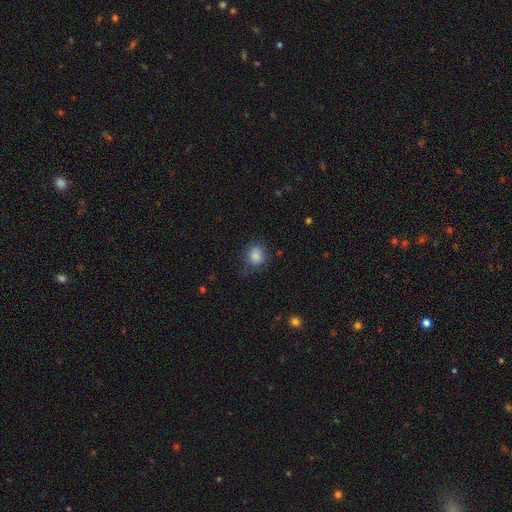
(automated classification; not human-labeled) This appears to be a smooth galaxy with no disk features (83%) that is round (68%). Merging: none (64%).